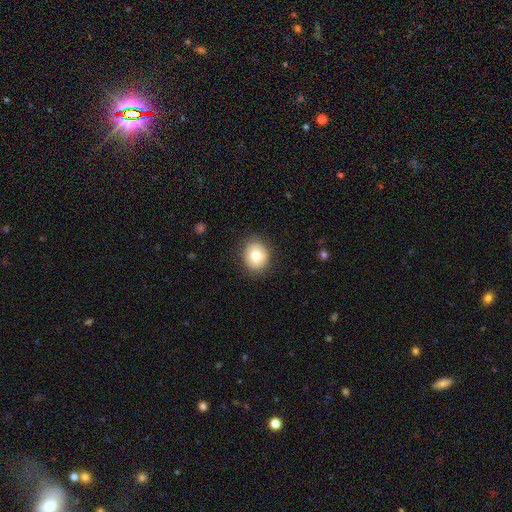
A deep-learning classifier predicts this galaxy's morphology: A smooth galaxy with no disk features (77%) that is round (70%). Merging: none (86%).